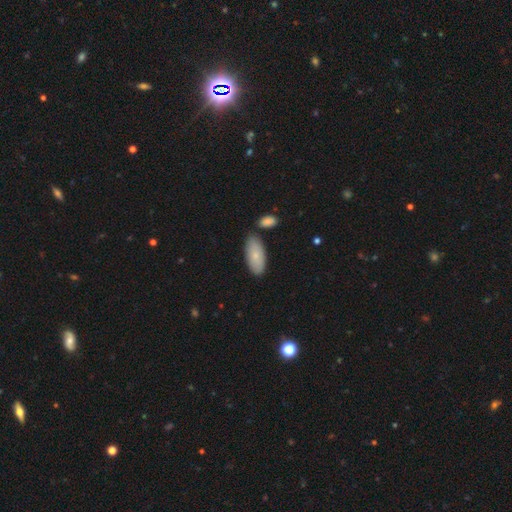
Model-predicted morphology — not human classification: The model was most divided on "merging": none: 76%, minor disturbance: 13%, merger: 8%, major disturbance: 3%. More confident: how rounded — in between (89%); smooth or featured — smooth (81%).